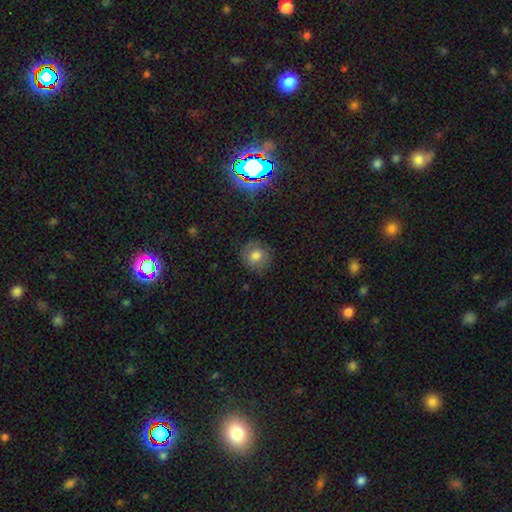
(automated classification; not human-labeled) Smooth or featured? smooth (71%)
How rounded? round (87%)
Merging? none (82%)